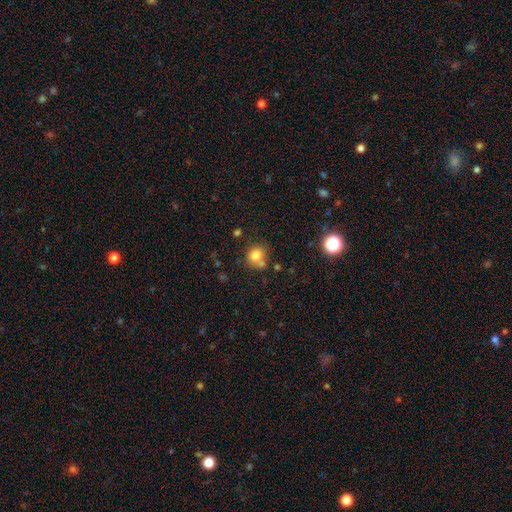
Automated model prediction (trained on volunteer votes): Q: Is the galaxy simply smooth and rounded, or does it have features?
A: smooth — 78%.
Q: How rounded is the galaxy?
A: round — 80%.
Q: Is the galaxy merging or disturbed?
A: none — 58%.